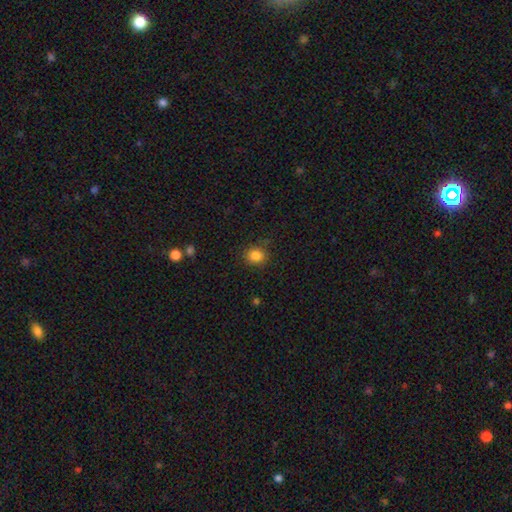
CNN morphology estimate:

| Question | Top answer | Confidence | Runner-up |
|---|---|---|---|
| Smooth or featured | smooth | 85% | star or artifact (11%) |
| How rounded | round | 80% | in between (19%) |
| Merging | none | 86% | minor disturbance (10%) |